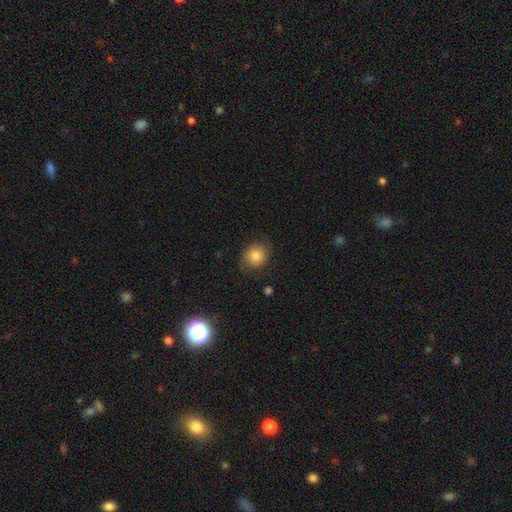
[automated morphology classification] Smooth or featured: smooth — 81% (featured or disk — 10%)
How rounded: round — 75% (in between — 24%)
Merging: none — 76% (minor disturbance — 18%)